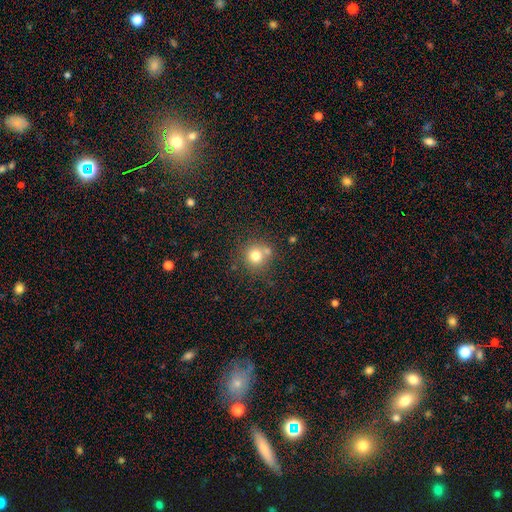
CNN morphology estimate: Q: Smooth or featured?
A: smooth (76%); runner-up: star or artifact (13%)
Q: How rounded?
A: round (91%); runner-up: in between (8%)
Q: Merging?
A: none (63%); runner-up: merger (21%)